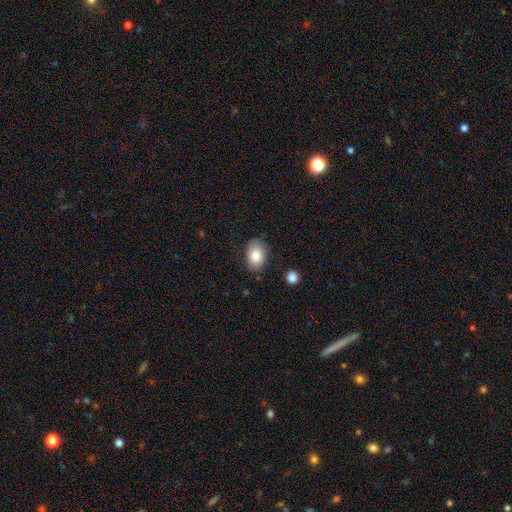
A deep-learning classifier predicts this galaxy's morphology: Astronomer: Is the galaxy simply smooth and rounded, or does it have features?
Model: smooth — 83%.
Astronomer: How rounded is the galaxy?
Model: in between — 82%.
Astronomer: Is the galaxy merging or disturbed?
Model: none — 82%.